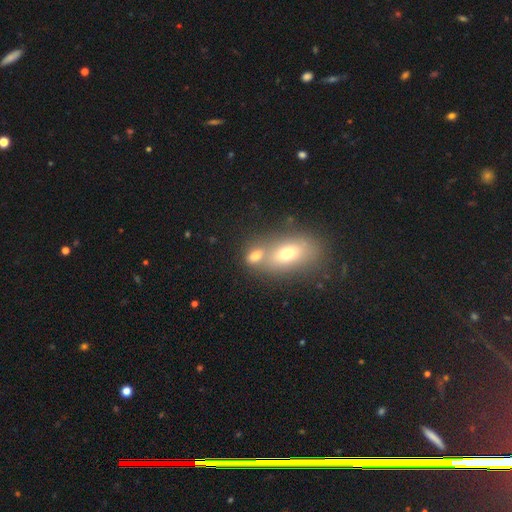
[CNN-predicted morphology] This appears to be a smooth galaxy with no disk features (71%) that is in between round and cigar-shaped (75%). Merging: merger (49%).